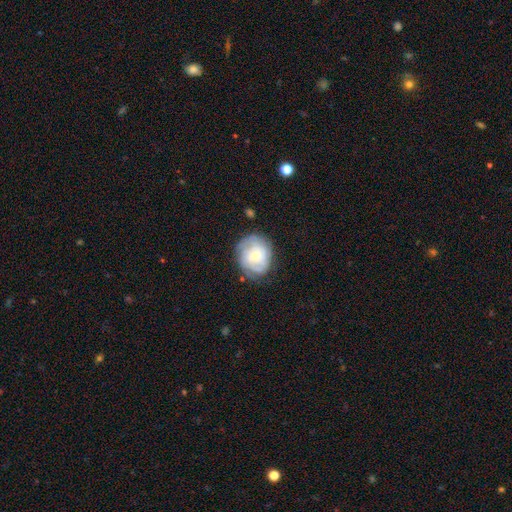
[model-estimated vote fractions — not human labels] Morphology: type=featured or disk (59%); edge-on=no (97%); bar=no (80%); spiral arms=yes (77%); bulge=small (57%); merging=none (69%).